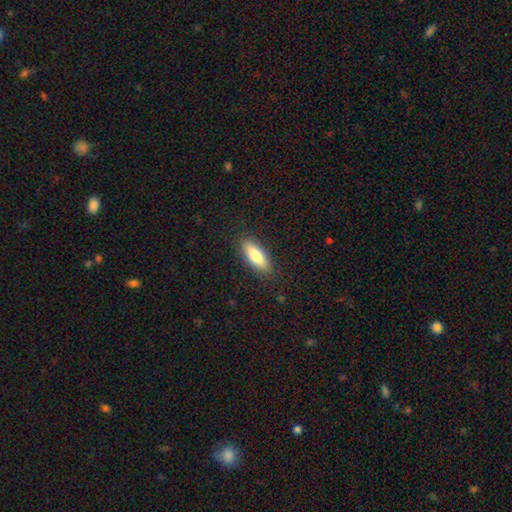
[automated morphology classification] A smooth galaxy with no disk features (75%) that is in between round and cigar-shaped (68%). Merging: none (88%).